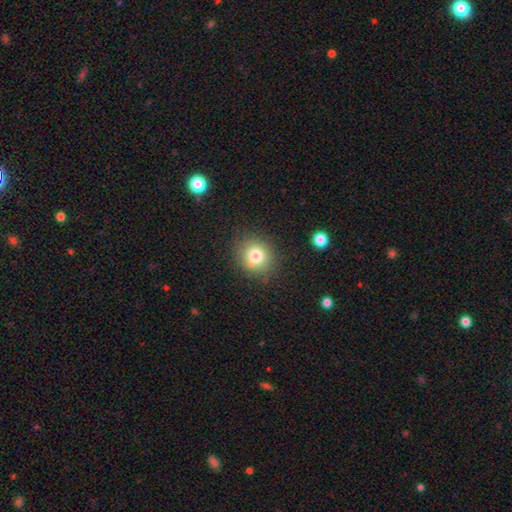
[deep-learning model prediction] Morphology: type=smooth (77%); roundness=round (84%); merging=none (81%).